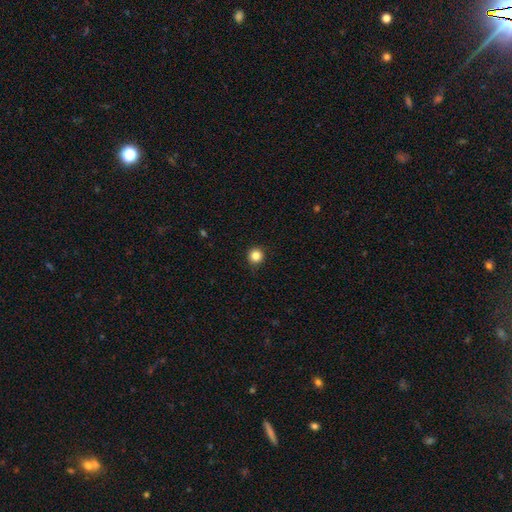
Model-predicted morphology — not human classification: smooth_or_featured: smooth (p=0.85) [alt: star or artifact p=0.11]
how_rounded: round (p=0.95) [alt: in between p=0.04]
merging: none (p=0.91) [alt: minor disturbance p=0.06]